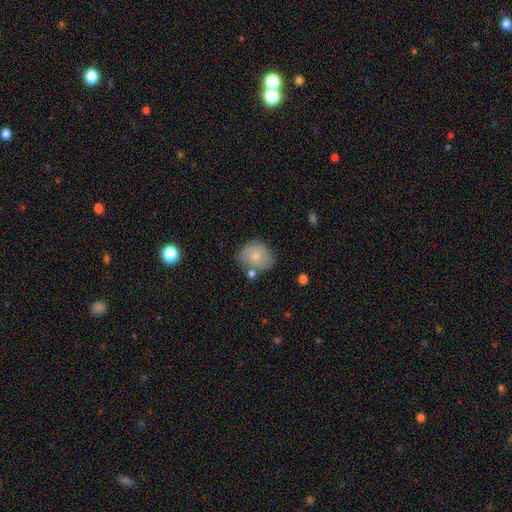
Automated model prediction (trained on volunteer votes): Smooth or featured? smooth (74%)
How rounded? round (57%)
Merging? none (64%)